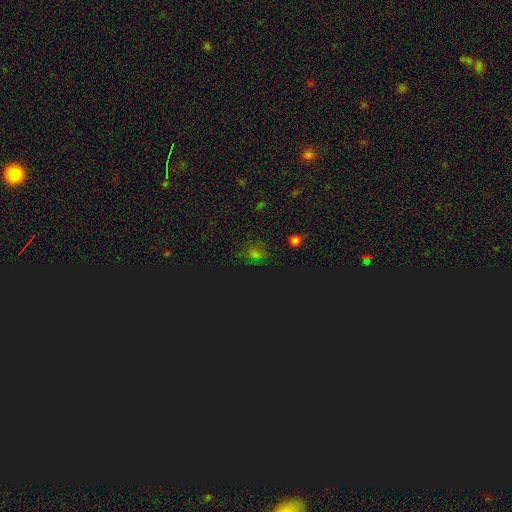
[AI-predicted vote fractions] A star or artifact, not a galaxy (59%).